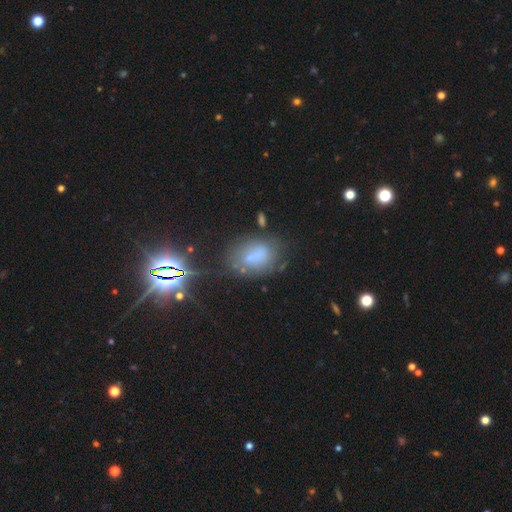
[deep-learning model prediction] Smooth or featured?
  - smooth: 60% *
  - featured or disk: 21%
  - star or artifact: 19%
How rounded?
  - in between: 83% *
  - round: 15%
  - cigar-shaped: 2%
Merging?
  - none: 54% *
  - minor disturbance: 24%
  - major disturbance: 13%
  - merger: 9%